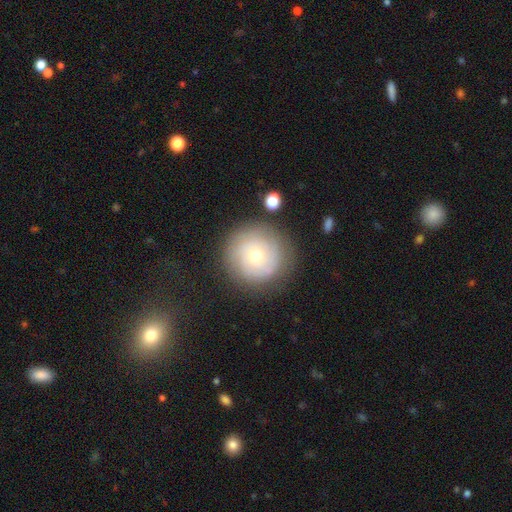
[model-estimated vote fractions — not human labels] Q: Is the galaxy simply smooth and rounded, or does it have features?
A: smooth — 51%.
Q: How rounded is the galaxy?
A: round — 95%.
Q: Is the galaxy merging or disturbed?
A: none — 79%.